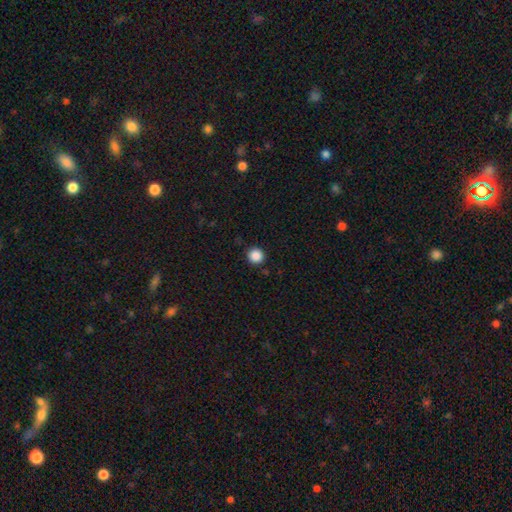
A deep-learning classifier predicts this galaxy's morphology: Smooth or featured: smooth — 87% (star or artifact — 11%)
How rounded: round — 93% (in between — 6%)
Merging: none — 90% (minor disturbance — 6%)